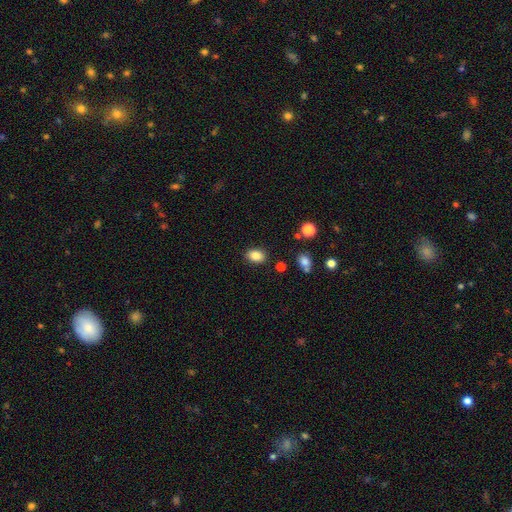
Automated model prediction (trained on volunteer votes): smooth_or_featured: smooth (p=0.86) [alt: star or artifact p=0.09]
how_rounded: in between (p=0.77) [alt: round p=0.21]
merging: none (p=0.85) [alt: minor disturbance p=0.10]